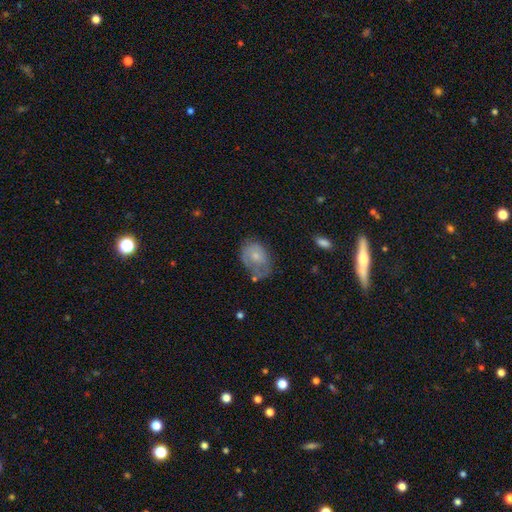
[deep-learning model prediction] Q: Smooth or featured?
A: smooth (51%); runner-up: featured or disk (42%)
Q: How rounded?
A: in between (71%); runner-up: round (28%)
Q: Merging?
A: none (39%); runner-up: minor disturbance (32%)